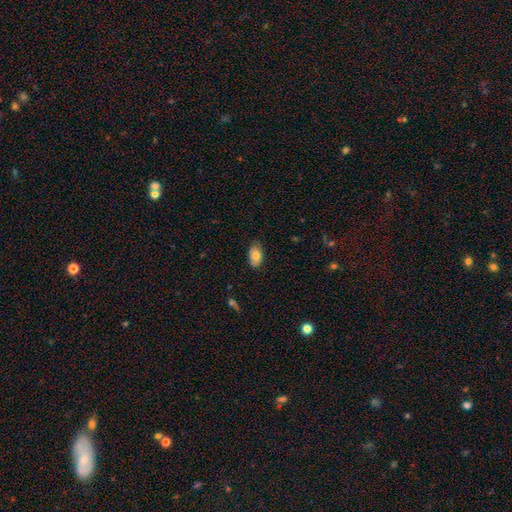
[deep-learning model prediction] This is likely a smooth galaxy (76%). How rounded: clearly in between (92%). Merging: likely none (80%).